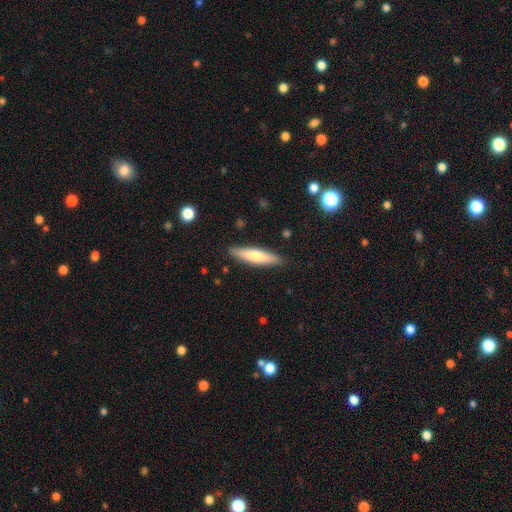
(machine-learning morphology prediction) The model was most divided on "smooth or featured": smooth: 61%, featured or disk: 34%, star or artifact: 6%. More confident: merging — none (89%); how rounded — cigar-shaped (79%).